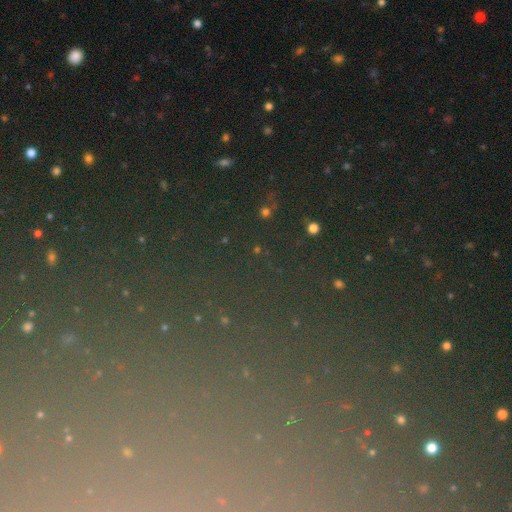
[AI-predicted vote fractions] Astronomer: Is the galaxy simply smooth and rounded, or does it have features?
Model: star or artifact — 76%.